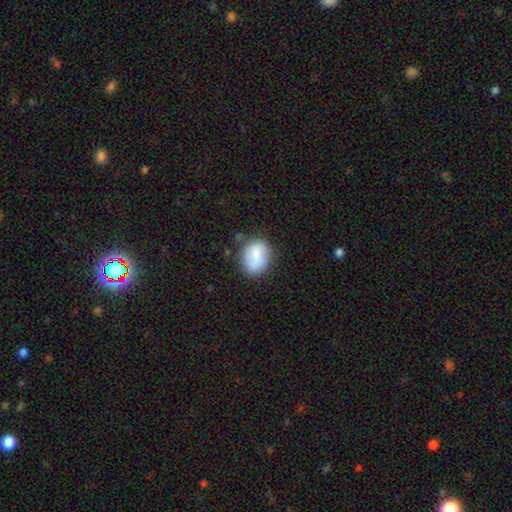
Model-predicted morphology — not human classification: A smooth galaxy with no disk features (79%) that is in between round and cigar-shaped (58%).

Vote fractions:
- Smooth or featured? smooth: 79% / featured or disk: 13% / star or artifact: 7%
- How rounded? in between: 58% / round: 41% / cigar-shaped: 1%
- Merging? none: 62% / minor disturbance: 24% / merger: 7% / major disturbance: 7%